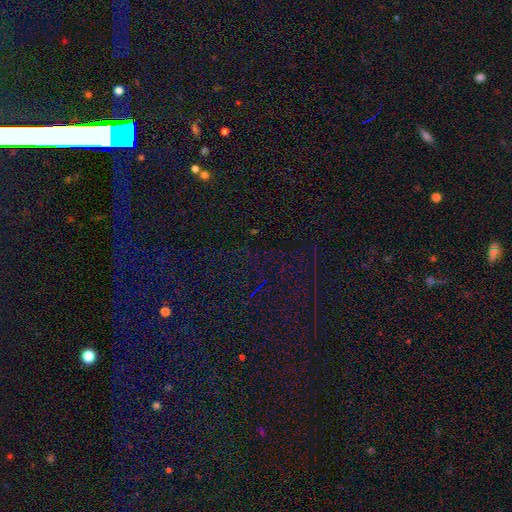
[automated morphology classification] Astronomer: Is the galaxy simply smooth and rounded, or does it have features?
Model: star or artifact — 75%.